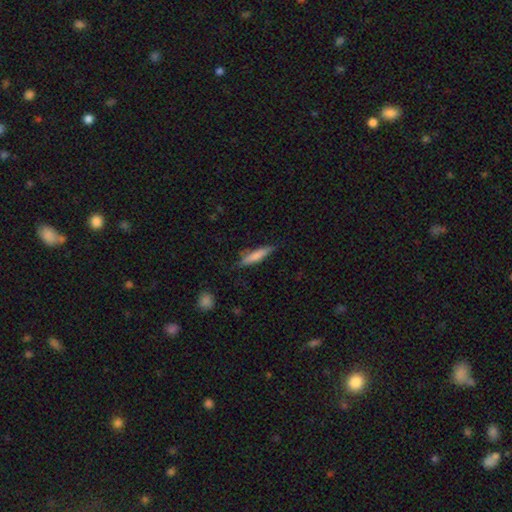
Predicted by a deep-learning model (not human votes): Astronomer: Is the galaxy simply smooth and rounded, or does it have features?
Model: smooth — 74%.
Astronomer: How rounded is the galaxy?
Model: cigar-shaped — 84%.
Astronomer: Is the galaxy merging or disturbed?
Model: none — 79%.